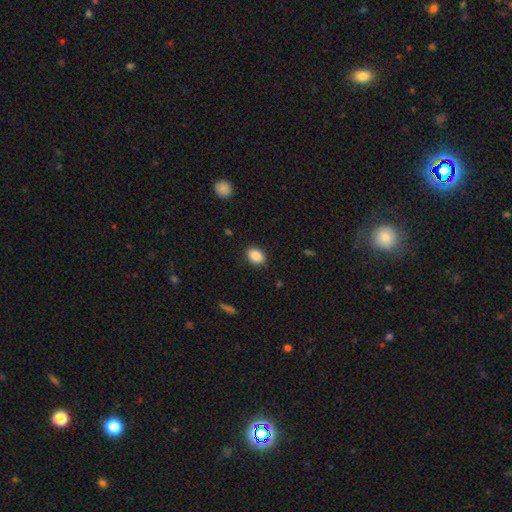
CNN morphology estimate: This is clearly a smooth galaxy (89%). How rounded: likely in between (78%). Merging: clearly none (87%).